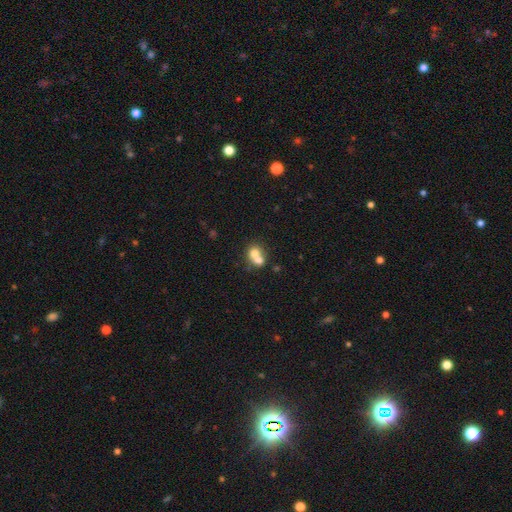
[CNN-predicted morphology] A smooth galaxy with no disk features (67%) that is round (70%).

Vote fractions:
- Smooth or featured? smooth: 67% / featured or disk: 22% / star or artifact: 11%
- How rounded? round: 70% / in between: 29% / cigar-shaped: 1%
- Merging? merger: 67% / none: 25% / minor disturbance: 5% / major disturbance: 3%